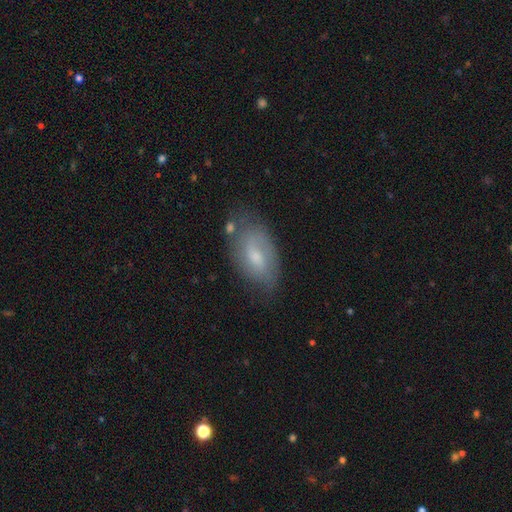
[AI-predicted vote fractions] A featured or disk galaxy (48%). Merging: none (66%).